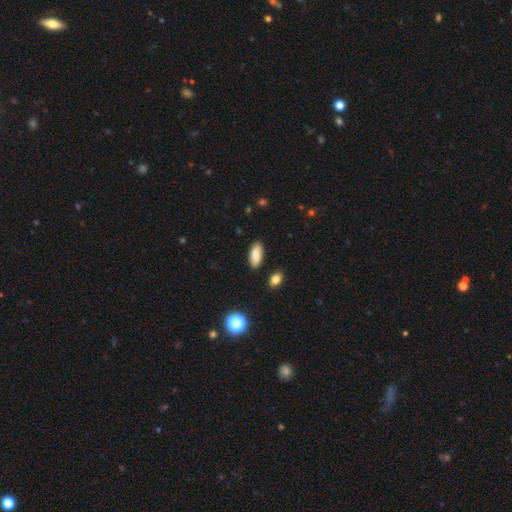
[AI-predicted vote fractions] Q: Smooth or featured?
A: smooth (76%); runner-up: featured or disk (16%)
Q: How rounded?
A: in between (87%); runner-up: cigar-shaped (11%)
Q: Merging?
A: none (86%); runner-up: minor disturbance (10%)